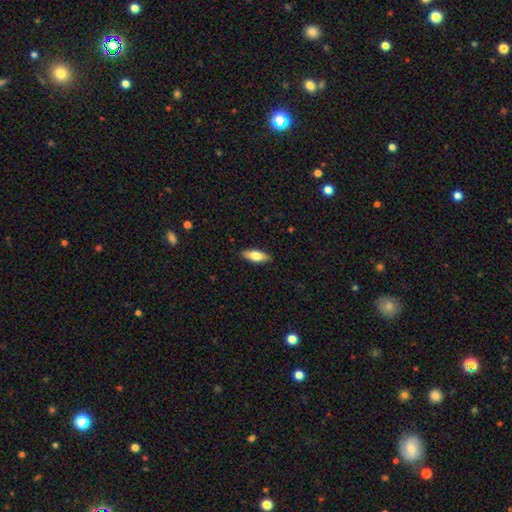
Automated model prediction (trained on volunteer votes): Smooth or featured? Predicted: smooth (p=0.71). How rounded? Predicted: in between (p=0.70). Merging? Predicted: none (p=0.89).